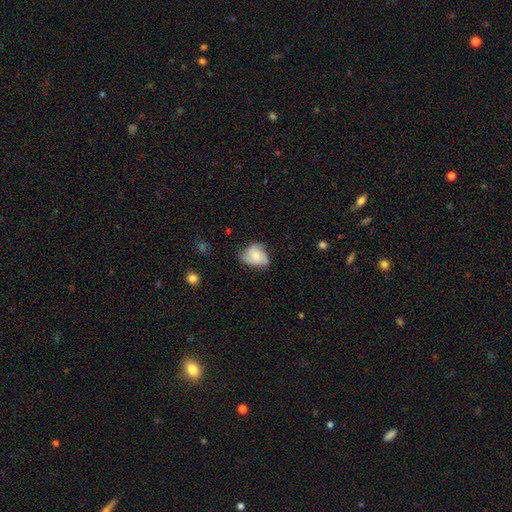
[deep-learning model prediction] Overall: smooth (52%; featured or disk 41%). How rounded: in between (62%; round 37%). Merging: none (48%; minor disturbance 36%).